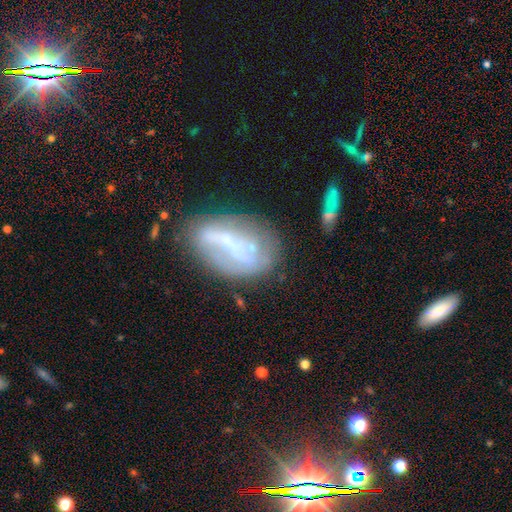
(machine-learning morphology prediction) A featured or disk galaxy (59%) with no bar (48%), no spiral arms (69%) and a small central bulge (40%). Merging: none (50%).